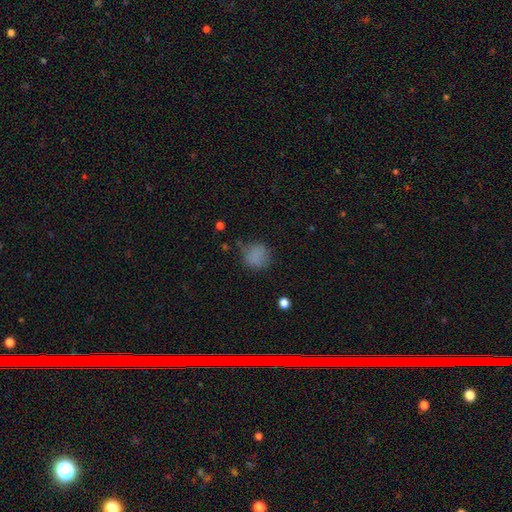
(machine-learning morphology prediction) smooth_or_featured: smooth (p=0.81) [alt: star or artifact p=0.12]
how_rounded: round (p=0.84) [alt: in between p=0.15]
merging: none (p=0.70) [alt: minor disturbance p=0.19]